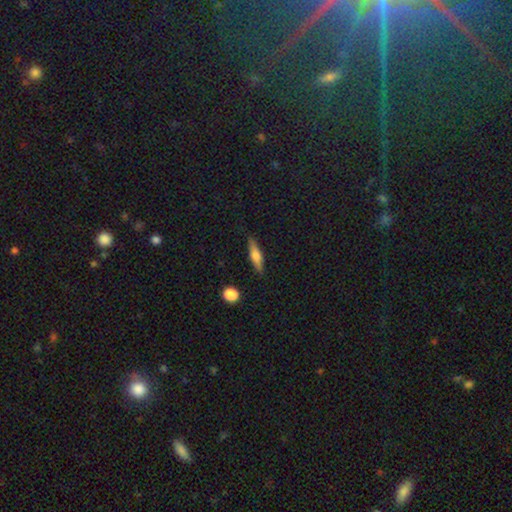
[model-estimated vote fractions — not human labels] Smooth or featured?
  - smooth: 52% *
  - featured or disk: 41%
  - star or artifact: 7%
How rounded?
  - cigar-shaped: 71% *
  - in between: 26%
  - round: 3%
Merging?
  - none: 84% *
  - minor disturbance: 11%
  - major disturbance: 3%
  - merger: 2%